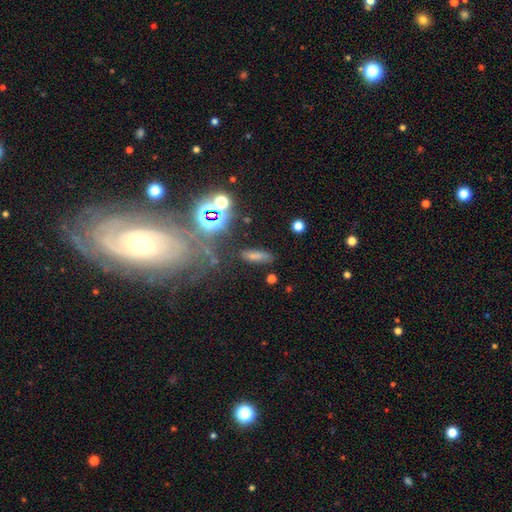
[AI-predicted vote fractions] A smooth galaxy with no disk features (69%) that is cigar-shaped (51%). Merging: none (77%).